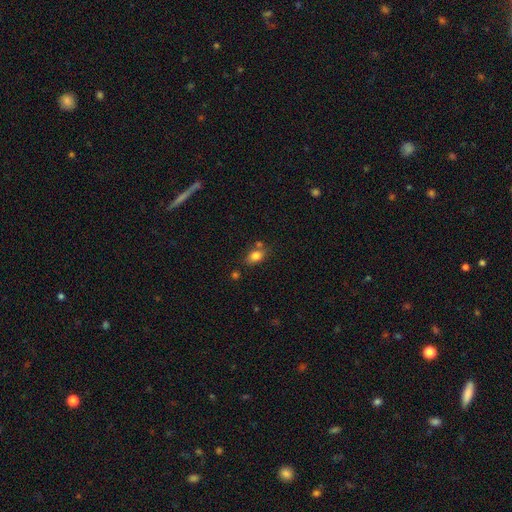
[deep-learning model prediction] smooth-or-featured: smooth: 81% | star or artifact: 10% | featured or disk: 9%
  how-rounded: in between: 79% | round: 19% | cigar-shaped: 2%
  merging: none: 66% | minor disturbance: 16% | merger: 13% | major disturbance: 4%